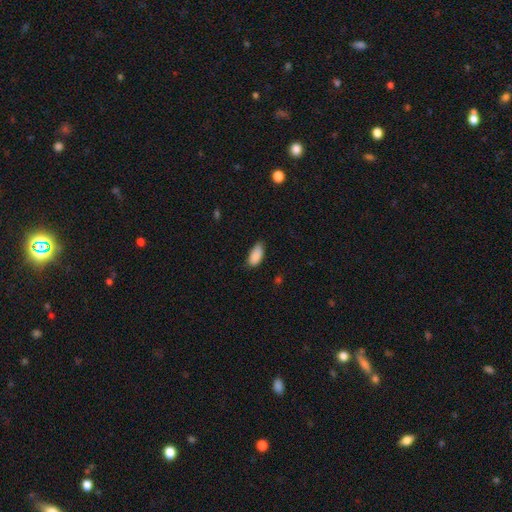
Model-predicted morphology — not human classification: This appears to be a smooth galaxy with no disk features (89%) that is in between round and cigar-shaped (90%). Merging: none (68%).